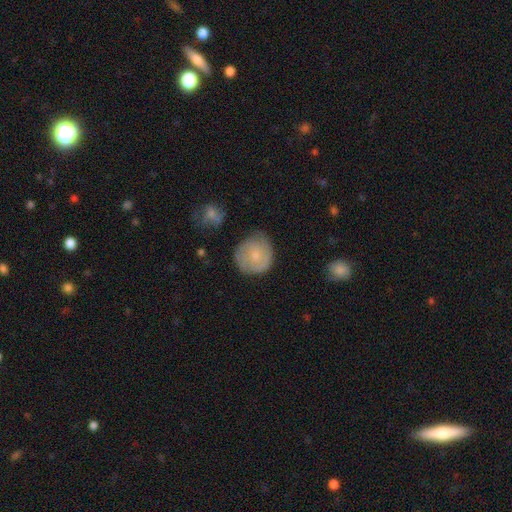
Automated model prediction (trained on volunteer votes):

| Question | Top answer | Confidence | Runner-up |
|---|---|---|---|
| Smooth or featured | smooth | 59% | featured or disk (35%) |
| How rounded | round | 88% | in between (11%) |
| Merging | none | 61% | minor disturbance (29%) |